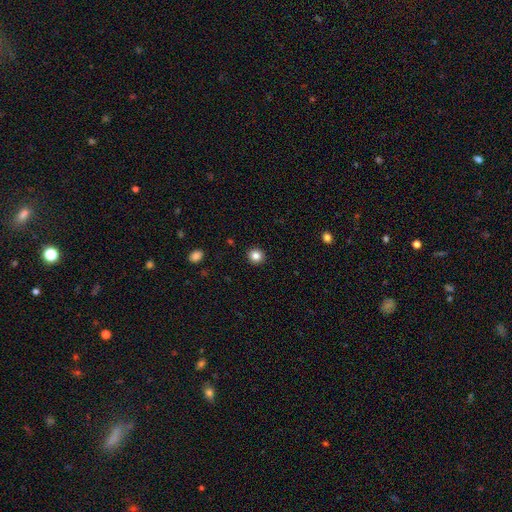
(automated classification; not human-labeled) Overall: smooth (84%). How rounded: round (93%). Merging: none (93%).